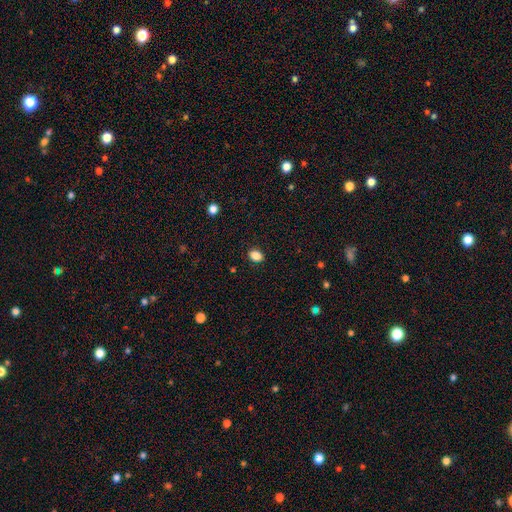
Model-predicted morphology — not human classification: A smooth galaxy with no disk features (87%) that is in between round and cigar-shaped (73%). Merging: none (89%).